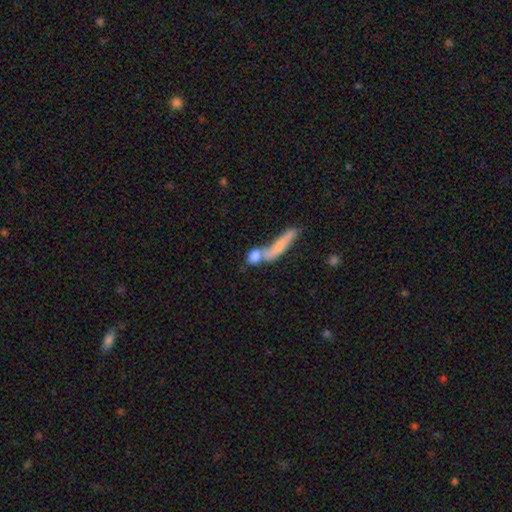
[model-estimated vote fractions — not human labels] smooth 50%, featured or disk 34%, star or artifact 16%. Down the decision tree: merging — none (45%).